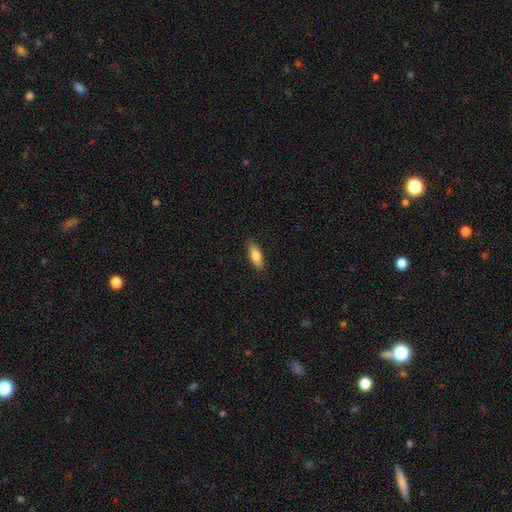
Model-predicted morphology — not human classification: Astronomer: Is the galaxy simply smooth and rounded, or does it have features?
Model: smooth — 75%.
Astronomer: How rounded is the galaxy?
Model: in between — 58% (runner-up: cigar-shaped, 40%).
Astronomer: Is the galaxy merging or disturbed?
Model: none — 88%.